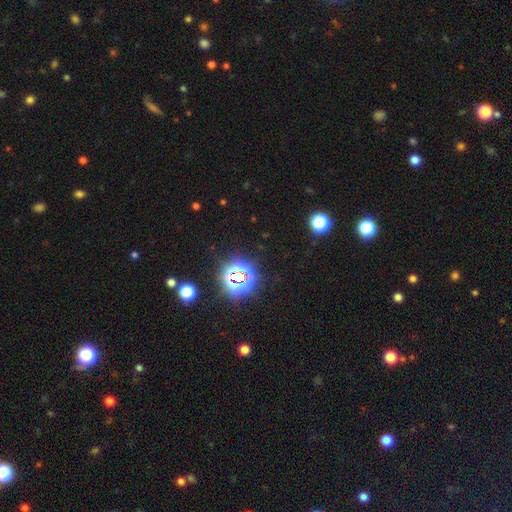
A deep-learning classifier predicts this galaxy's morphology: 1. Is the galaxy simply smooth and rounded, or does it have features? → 80% star or artifact, 13% smooth, 7% featured or disk.